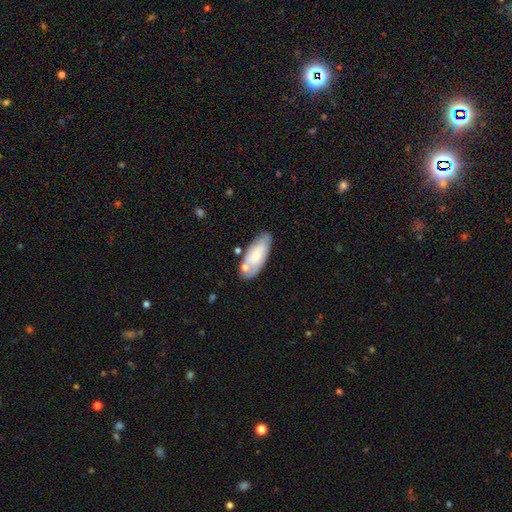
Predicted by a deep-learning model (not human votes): This appears to be a smooth galaxy with no disk features (66%) that is in between round and cigar-shaped (79%). Merging: none (64%).